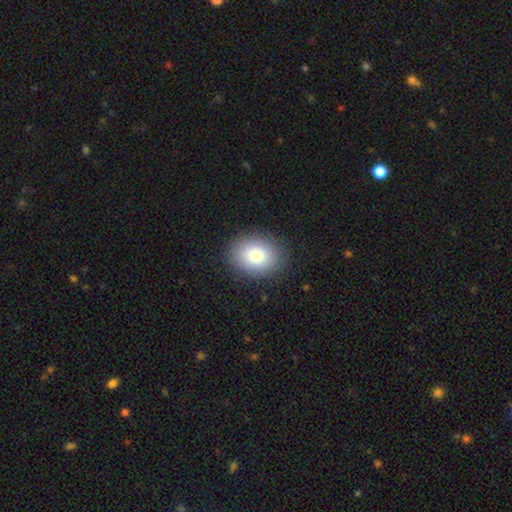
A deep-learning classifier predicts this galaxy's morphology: A smooth galaxy with no disk features (84%) that is in between round and cigar-shaped (63%). Merging: none (88%).